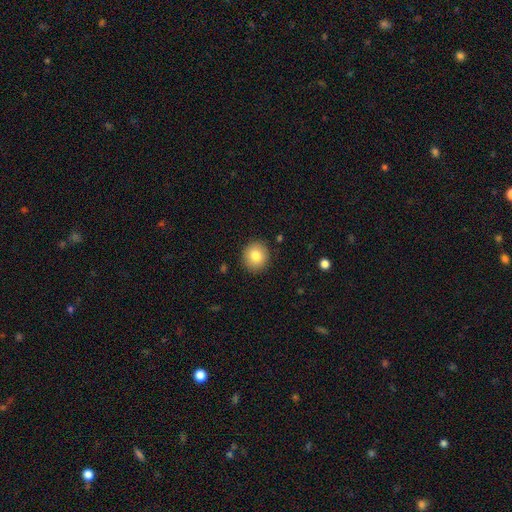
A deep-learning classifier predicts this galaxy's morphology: Q: Smooth or featured?
A: smooth (82%); runner-up: featured or disk (9%)
Q: How rounded?
A: round (87%); runner-up: in between (12%)
Q: Merging?
A: none (90%); runner-up: minor disturbance (7%)